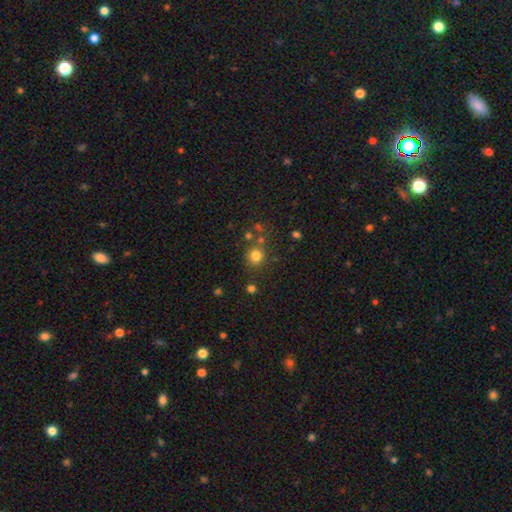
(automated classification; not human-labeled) smooth-or-featured: smooth: 78% | star or artifact: 15% | featured or disk: 7%
  how-rounded: round: 89% | in between: 10% | cigar-shaped: 1%
  merging: none: 75% | merger: 10% | minor disturbance: 10% | major disturbance: 4%